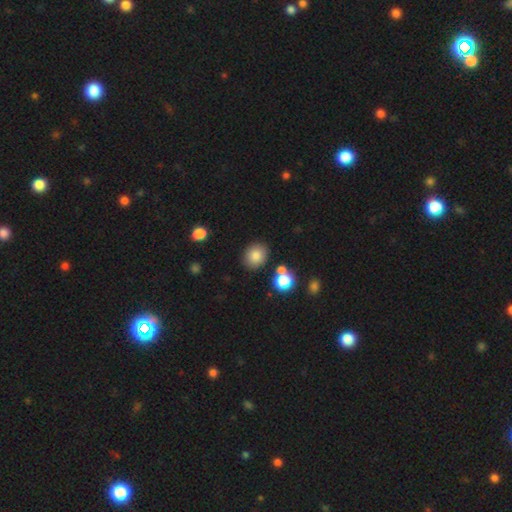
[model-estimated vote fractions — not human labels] smooth_or_featured: smooth (p=0.83) [alt: star or artifact p=0.11]
how_rounded: round (p=0.65) [alt: in between p=0.34]
merging: none (p=0.81) [alt: minor disturbance p=0.09]